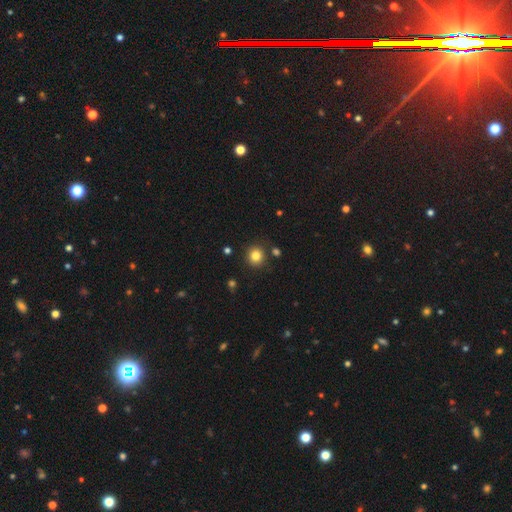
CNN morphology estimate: Smooth or featured? smooth (83%)
How rounded? round (90%)
Merging? none (86%)